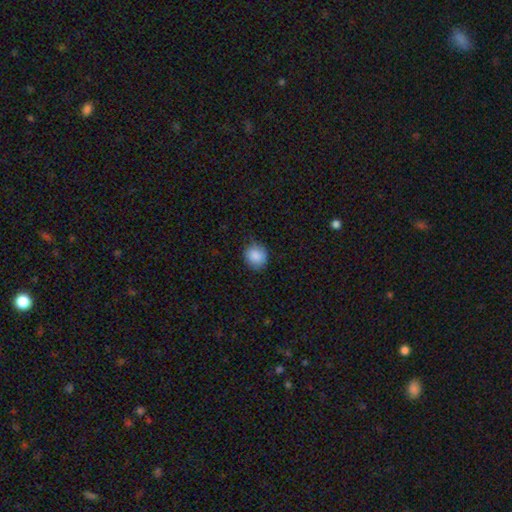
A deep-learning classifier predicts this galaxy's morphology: Smooth or featured? Predicted: smooth (p=0.88). How rounded? Predicted: round (p=0.80). Merging? Predicted: none (p=0.81).